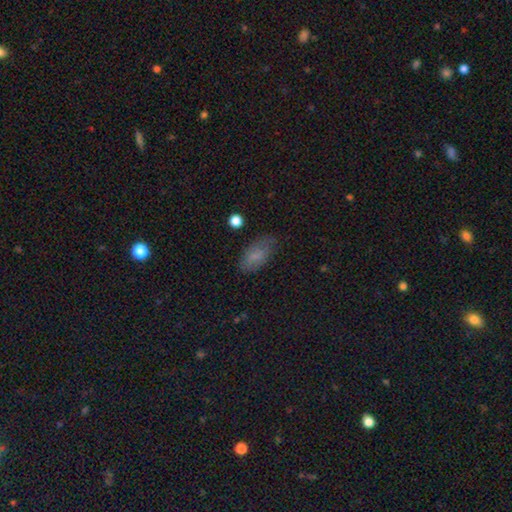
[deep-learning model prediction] A smooth galaxy with no disk features (75%) that is in between round and cigar-shaped (91%).

Vote fractions:
- Smooth or featured? smooth: 75% / featured or disk: 15% / star or artifact: 10%
- How rounded? in between: 91% / cigar-shaped: 5% / round: 4%
- Merging? none: 72% / minor disturbance: 21% / major disturbance: 6% / merger: 2%